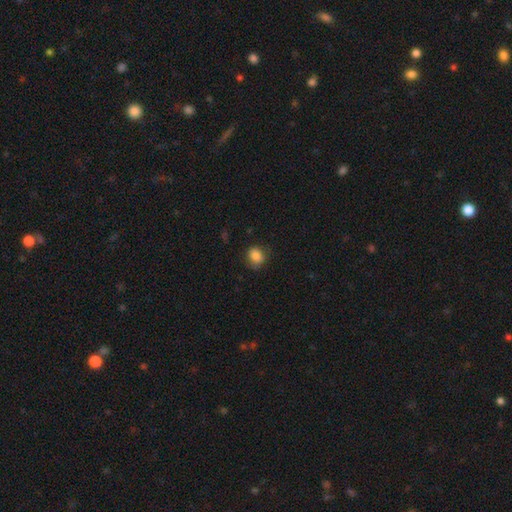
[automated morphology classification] A smooth galaxy with no disk features (85%) that is round (53%).

Vote fractions:
- Smooth or featured? smooth: 85% / star or artifact: 9% / featured or disk: 6%
- How rounded? round: 53% / in between: 46% / cigar-shaped: 1%
- Merging? none: 70% / minor disturbance: 22% / major disturbance: 6% / merger: 1%